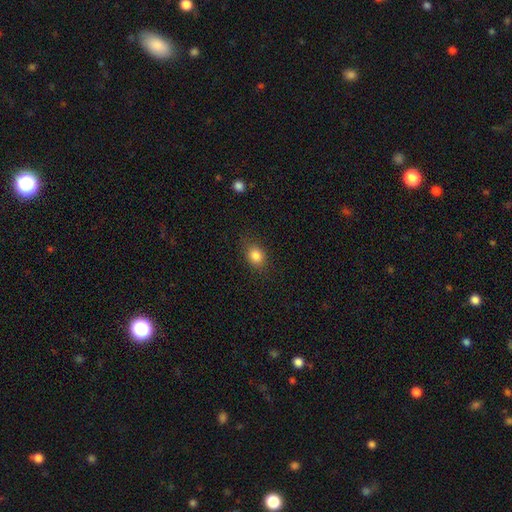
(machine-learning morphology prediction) smooth_or_featured: smooth (p=0.84) [alt: star or artifact p=0.10]
how_rounded: in between (p=0.53) [alt: round p=0.45]
merging: none (p=0.82) [alt: minor disturbance p=0.13]